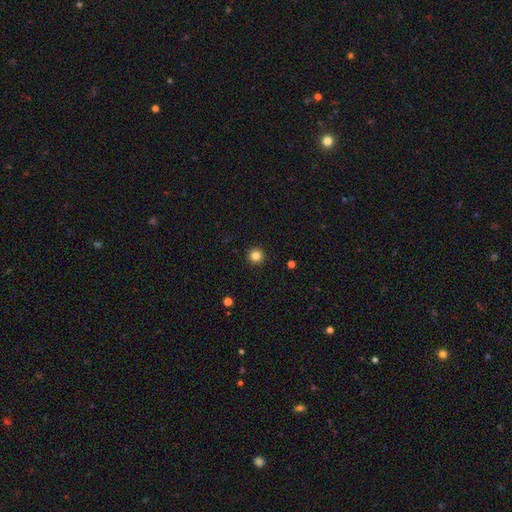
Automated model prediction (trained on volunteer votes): Smooth or featured? Predicted: smooth (p=0.84). How rounded? Predicted: round (p=0.96). Merging? Predicted: none (p=0.93).